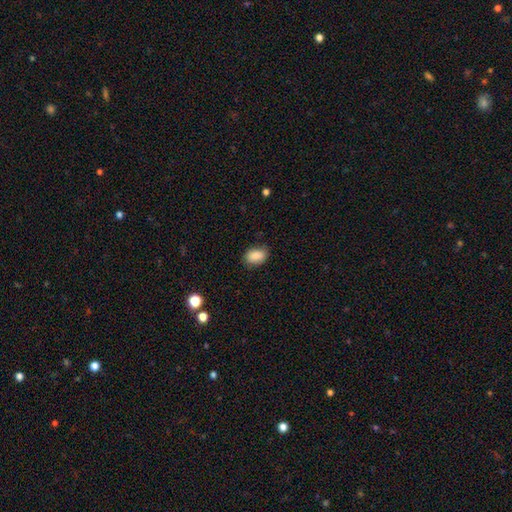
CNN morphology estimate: Smooth or featured? Predicted: smooth (p=0.86). How rounded? Predicted: in between (p=0.80). Merging? Predicted: none (p=0.82).